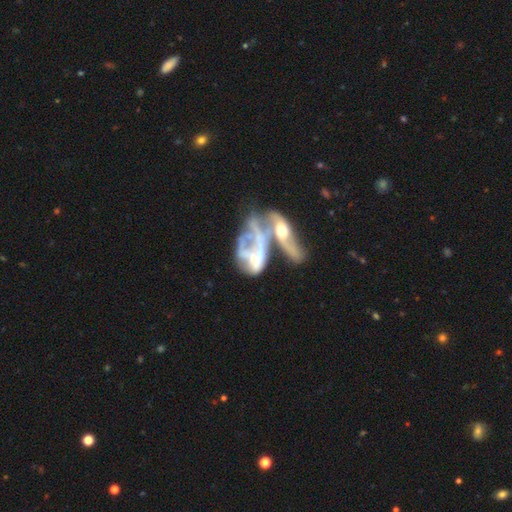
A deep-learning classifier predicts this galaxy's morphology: Smooth or featured? featured or disk (67%)
Edge-on disk? no (94%)
Bar? no (81%)
Spiral arms? no (69%)
Bulge size? moderate (34%)
Merging? merger (62%)